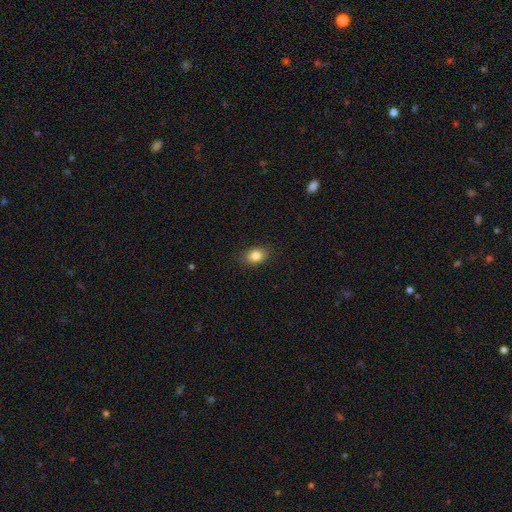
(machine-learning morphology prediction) smooth 84%, star or artifact 9%, featured or disk 7%. Down the decision tree: how rounded — in between (69%); merging — none (86%).